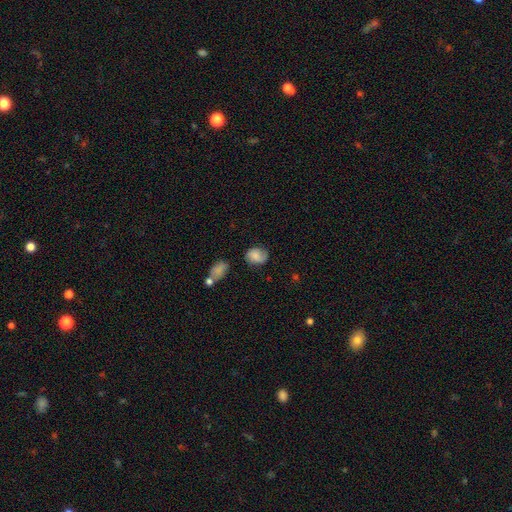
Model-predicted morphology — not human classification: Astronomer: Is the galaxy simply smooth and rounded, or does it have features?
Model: smooth — 63%.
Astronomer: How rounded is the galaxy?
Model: in between — 60% (runner-up: round, 39%).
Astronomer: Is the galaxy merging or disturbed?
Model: none — 63%.